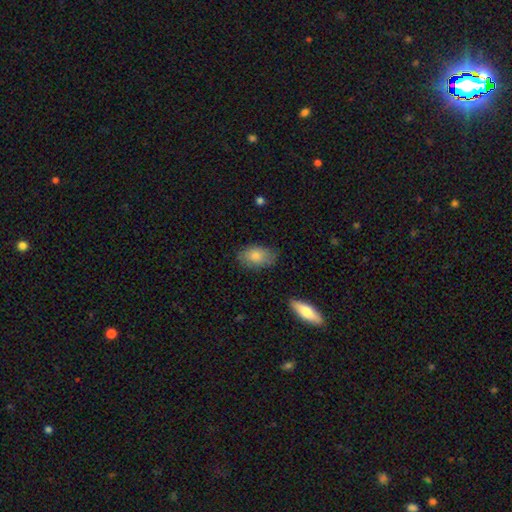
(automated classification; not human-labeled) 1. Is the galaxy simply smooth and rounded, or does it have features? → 81% smooth, 13% featured or disk, 7% star or artifact.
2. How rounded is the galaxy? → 90% in between, 7% round, 2% cigar-shaped.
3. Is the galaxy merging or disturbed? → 80% none, 15% minor disturbance, 3% major disturbance, 2% merger.